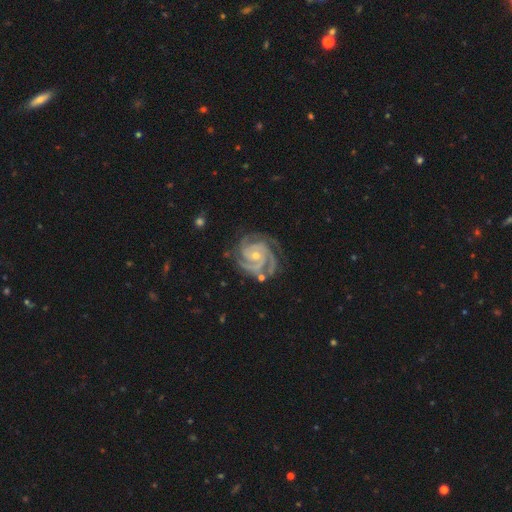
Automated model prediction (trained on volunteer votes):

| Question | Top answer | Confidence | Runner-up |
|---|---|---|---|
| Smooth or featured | featured or disk | 93% | star or artifact (5%) |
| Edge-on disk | no | 98% | yes (2%) |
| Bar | no | 65% | weak (23%) |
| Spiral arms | yes | 99% | no (1%) |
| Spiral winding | tight | 77% | medium (21%) |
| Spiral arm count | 3 | 52% | 4 (20%) |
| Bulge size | small | 62% | moderate (35%) |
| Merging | none | 76% | minor disturbance (17%) |